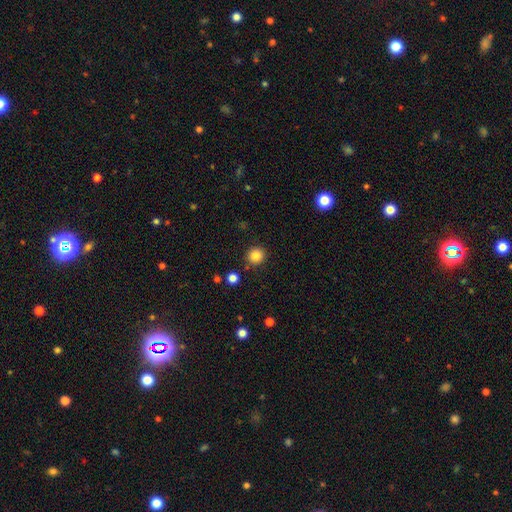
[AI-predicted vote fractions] Smooth or featured? Predicted: smooth (p=0.85). How rounded? Predicted: round (p=0.92). Merging? Predicted: none (p=0.89).